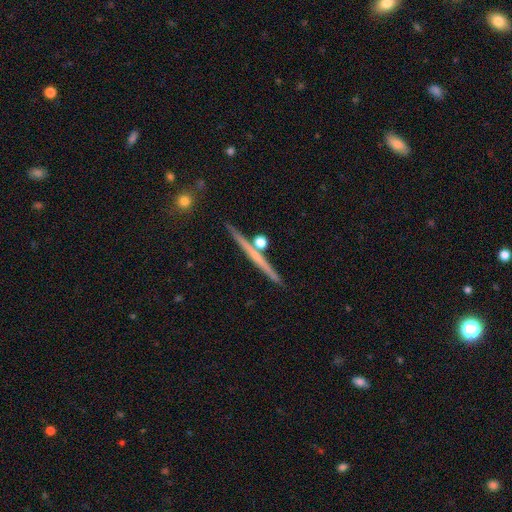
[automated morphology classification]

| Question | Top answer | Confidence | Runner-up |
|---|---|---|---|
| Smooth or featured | featured or disk | 62% | smooth (30%) |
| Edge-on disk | yes | 97% | no (3%) |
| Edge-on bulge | none | 70% | rounded (25%) |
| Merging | none | 86% | minor disturbance (7%) |